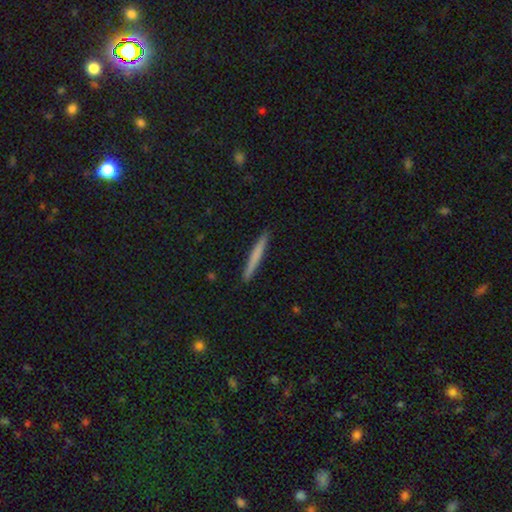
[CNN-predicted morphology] A smooth galaxy with no disk features (67%) that is cigar-shaped (97%).

Vote fractions:
- Smooth or featured? smooth: 67% / featured or disk: 27% / star or artifact: 5%
- How rounded? cigar-shaped: 97% / in between: 2% / round: 1%
- Merging? none: 92% / minor disturbance: 6% / major disturbance: 1% / merger: 1%